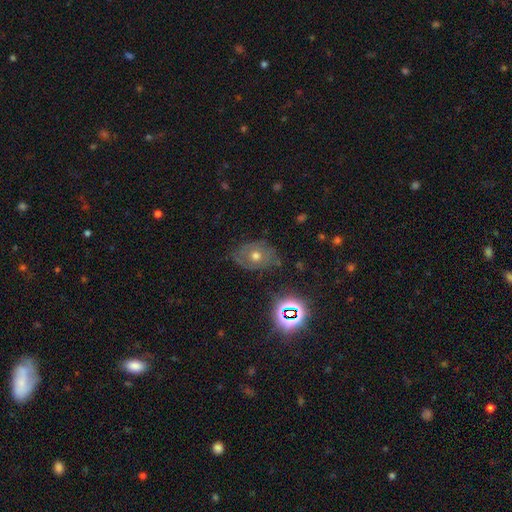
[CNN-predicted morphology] Smooth or featured: featured or disk — 41% (smooth — 33%)
Merging: none — 71% (minor disturbance — 20%)